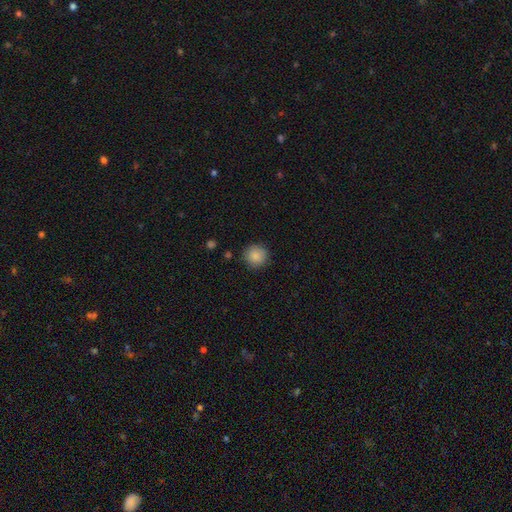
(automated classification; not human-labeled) Morphology: type=smooth (87%); roundness=round (94%); merging=none (88%).